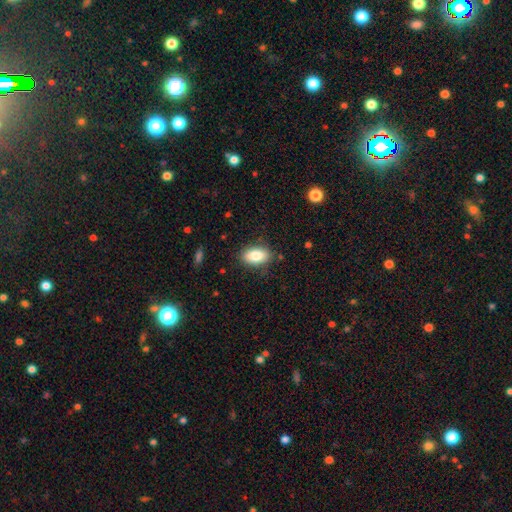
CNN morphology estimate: This appears to be a smooth galaxy with no disk features (84%) that is in between round and cigar-shaped (91%). Merging: none (84%).